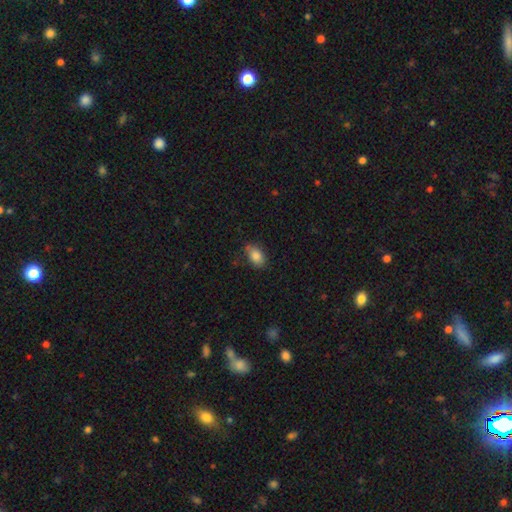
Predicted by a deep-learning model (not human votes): Smooth or featured?
  - smooth: 85% *
  - star or artifact: 8%
  - featured or disk: 7%
How rounded?
  - in between: 85% *
  - round: 14%
  - cigar-shaped: 2%
Merging?
  - none: 72% *
  - minor disturbance: 21%
  - major disturbance: 5%
  - merger: 2%